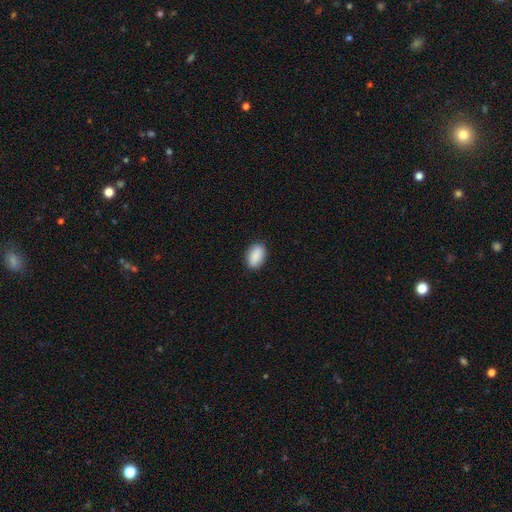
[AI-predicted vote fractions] Overall: smooth (90%). How rounded: in between (91%). Merging: none (87%).